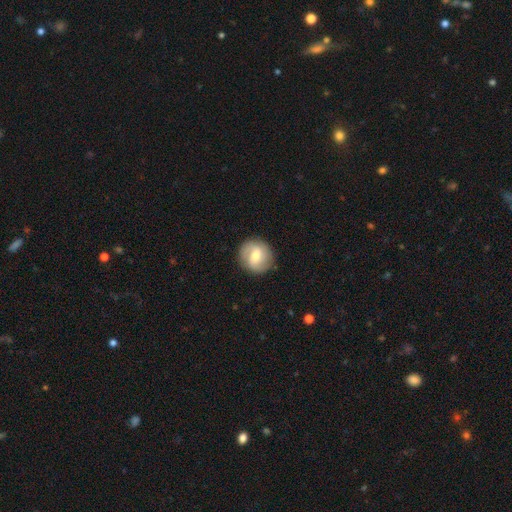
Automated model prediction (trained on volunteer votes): smooth-or-featured: featured or disk: 47% | smooth: 46% | star or artifact: 7%
  merging: none: 85% | minor disturbance: 10% | major disturbance: 3% | merger: 1%